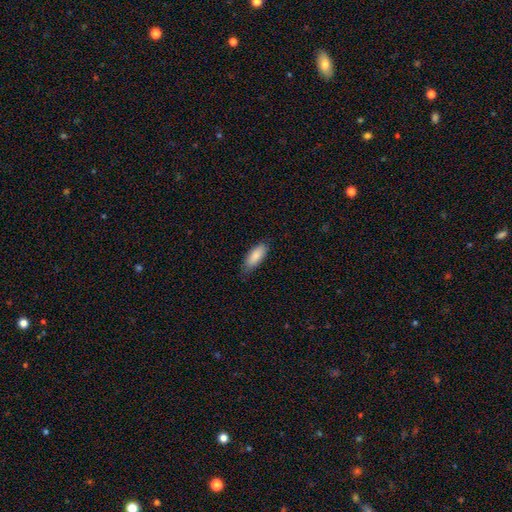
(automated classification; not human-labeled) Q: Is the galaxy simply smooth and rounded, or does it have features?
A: smooth — 87%.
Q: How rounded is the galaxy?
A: in between — 80%.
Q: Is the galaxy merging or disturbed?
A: none — 75%.